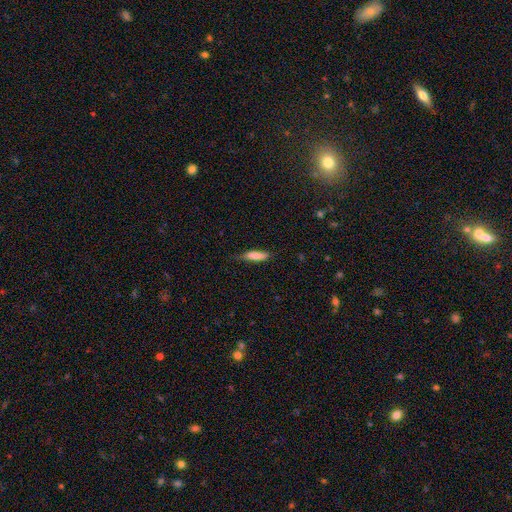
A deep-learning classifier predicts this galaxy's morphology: Overall: smooth (83%). How rounded: cigar-shaped (70%). Merging: none (71%).